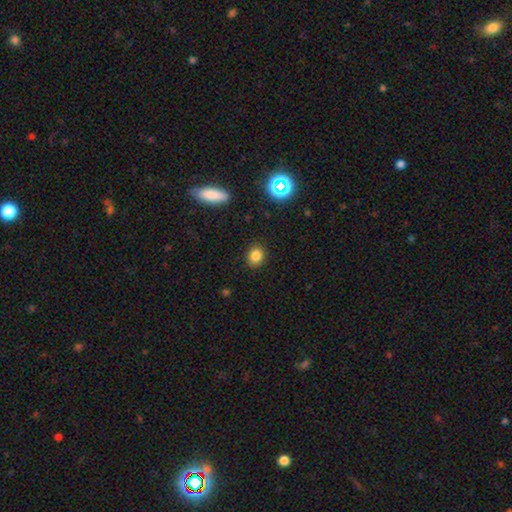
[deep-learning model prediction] Overall: smooth (82%). How rounded: round (68%; in between 31%). Merging: none (89%).